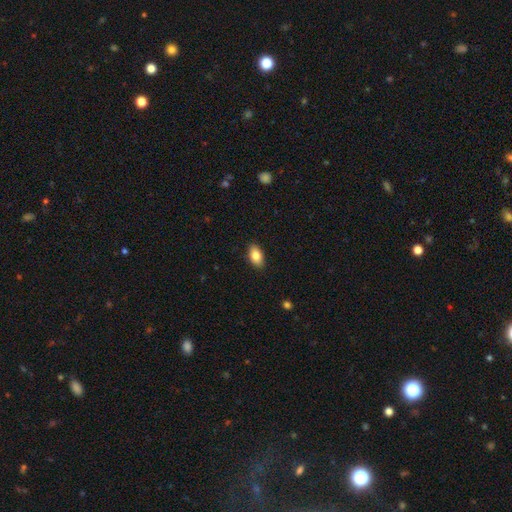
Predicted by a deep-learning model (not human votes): smooth 83%, featured or disk 10%, star or artifact 7%. Down the decision tree: how rounded — in between (91%); merging — none (88%).